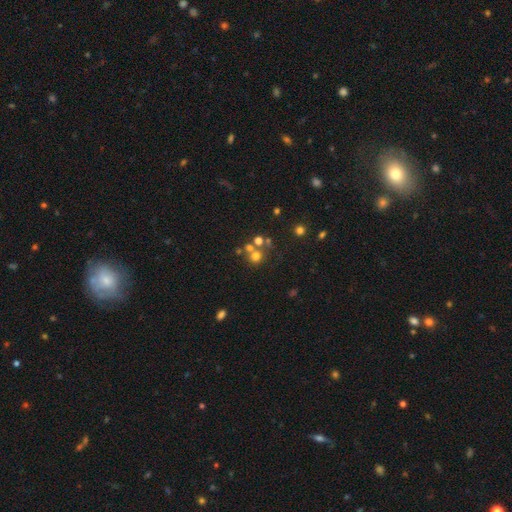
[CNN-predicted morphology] This appears to be a smooth galaxy with no disk features (62%) that is round (87%). Merging: none (54%).